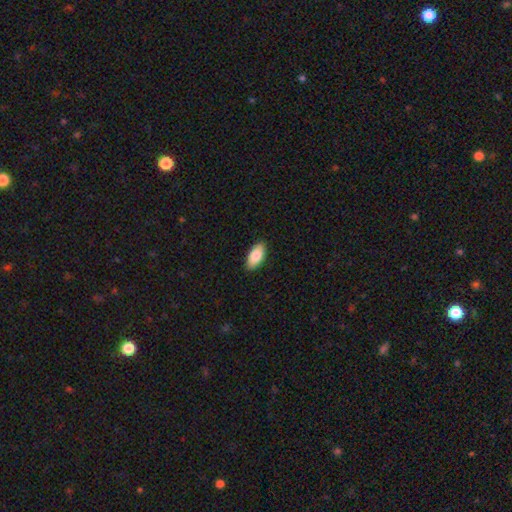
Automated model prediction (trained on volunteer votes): smooth_or_featured: smooth (p=0.82) [alt: featured or disk p=0.12]
how_rounded: in between (p=0.91) [alt: cigar-shaped p=0.06]
merging: none (p=0.89) [alt: minor disturbance p=0.08]